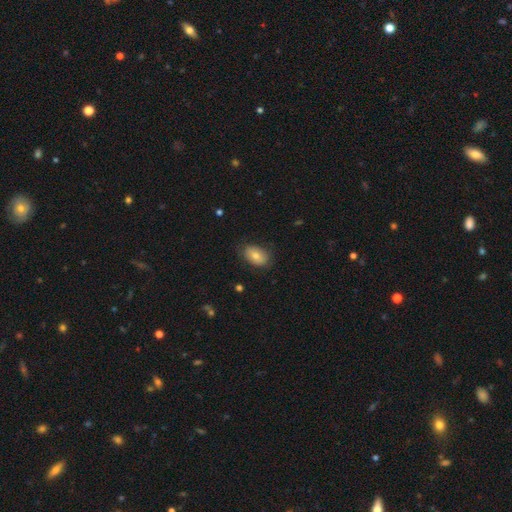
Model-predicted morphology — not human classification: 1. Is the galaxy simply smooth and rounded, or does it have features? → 74% smooth, 18% featured or disk, 8% star or artifact.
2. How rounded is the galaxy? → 88% in between, 11% round, 1% cigar-shaped.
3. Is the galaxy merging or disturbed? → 78% none, 17% minor disturbance, 4% major disturbance, 1% merger.